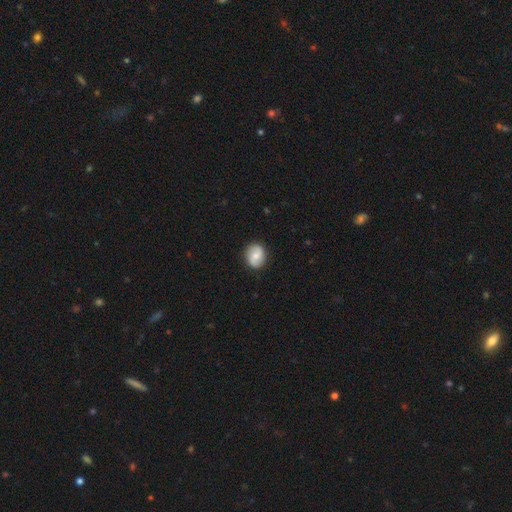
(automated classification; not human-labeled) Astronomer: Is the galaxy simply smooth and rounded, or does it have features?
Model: smooth — 51% (runner-up: featured or disk, 41%).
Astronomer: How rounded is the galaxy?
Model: round — 65%.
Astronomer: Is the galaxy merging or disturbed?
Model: none — 87%.